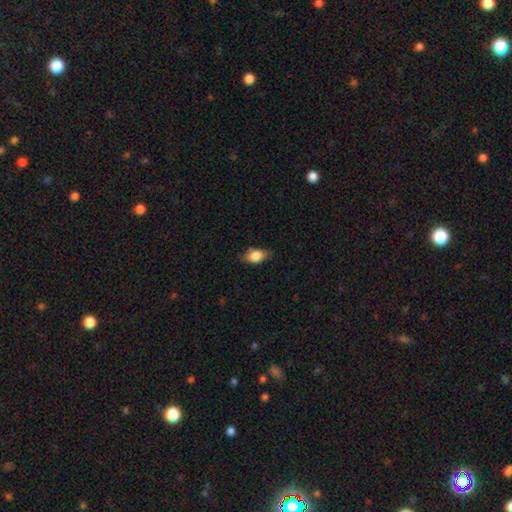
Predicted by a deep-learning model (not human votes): smooth 81%, featured or disk 11%, star or artifact 8%. Down the decision tree: how rounded — in between (82%); merging — none (74%).